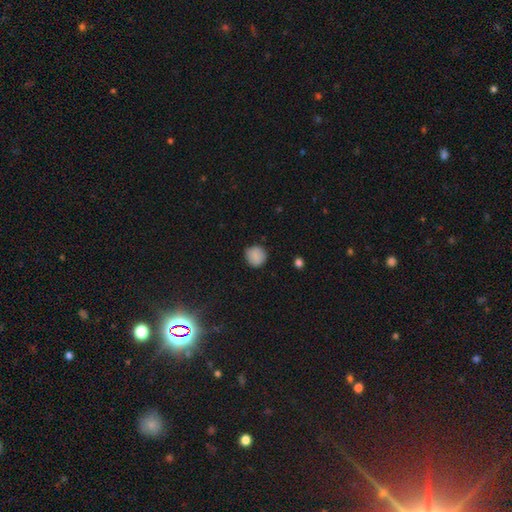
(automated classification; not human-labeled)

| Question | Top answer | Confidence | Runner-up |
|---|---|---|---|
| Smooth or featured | smooth | 87% | star or artifact (9%) |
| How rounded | round | 90% | in between (9%) |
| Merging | none | 84% | minor disturbance (12%) |